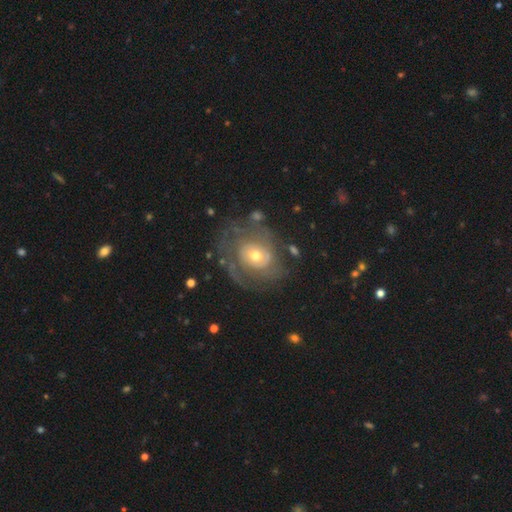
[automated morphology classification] smooth_or_featured: featured or disk (p=0.73) [alt: smooth p=0.20]
disk_edge_on: no (p=0.96) [alt: yes p=0.04]
bar: no (p=0.81) [alt: weak p=0.16]
has_spiral_arms: yes (p=0.74) [alt: no p=0.26]
spiral_winding: tight (p=0.61) [alt: medium p=0.27]
spiral_arm_count: can't tell (p=0.46) [alt: 2 p=0.24]
bulge_size: moderate (p=0.64) [alt: small p=0.26]
merging: none (p=0.59) [alt: minor disturbance p=0.20]